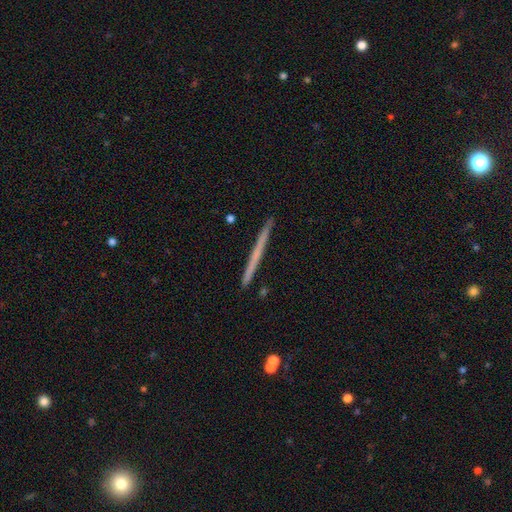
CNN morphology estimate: Smooth or featured? Predicted: featured or disk (p=0.50). Edge-on disk? Predicted: yes (p=0.98). Merging? Predicted: none (p=0.93).